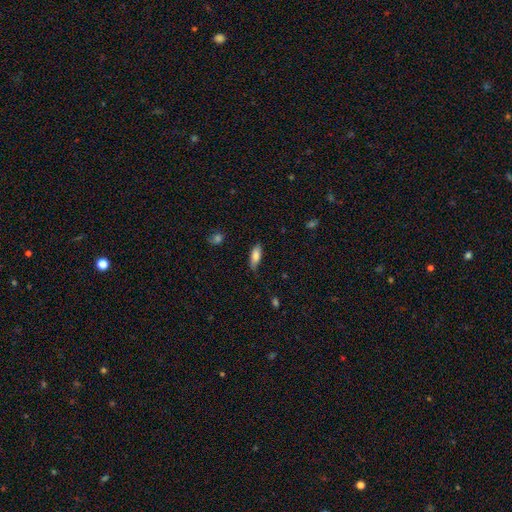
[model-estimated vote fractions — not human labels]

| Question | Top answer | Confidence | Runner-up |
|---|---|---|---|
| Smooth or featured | smooth | 78% | featured or disk (15%) |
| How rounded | in between | 69% | cigar-shaped (29%) |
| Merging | none | 78% | minor disturbance (18%) |